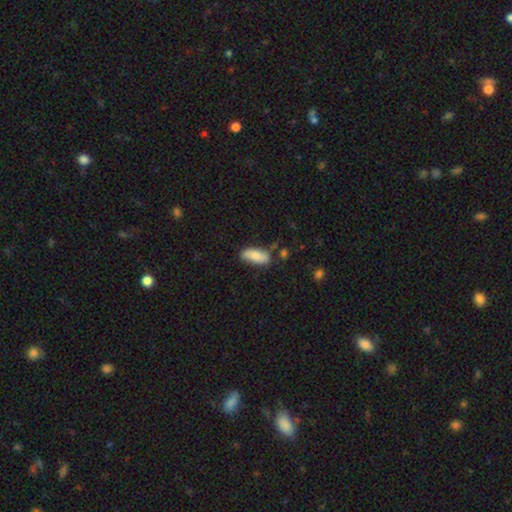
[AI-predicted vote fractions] Q: Smooth or featured?
A: smooth (75%); runner-up: featured or disk (19%)
Q: How rounded?
A: in between (85%); runner-up: cigar-shaped (13%)
Q: Merging?
A: none (67%); runner-up: minor disturbance (22%)